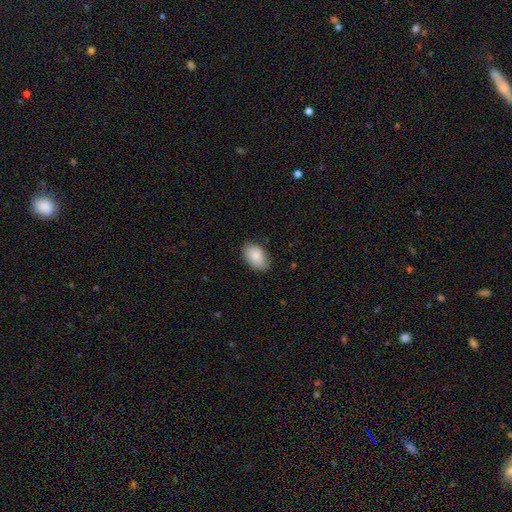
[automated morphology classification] Smooth or featured?
  - smooth: 87% *
  - featured or disk: 6%
  - star or artifact: 6%
How rounded?
  - in between: 93% *
  - round: 6%
  - cigar-shaped: 1%
Merging?
  - none: 83% *
  - minor disturbance: 14%
  - major disturbance: 3%
  - merger: 1%